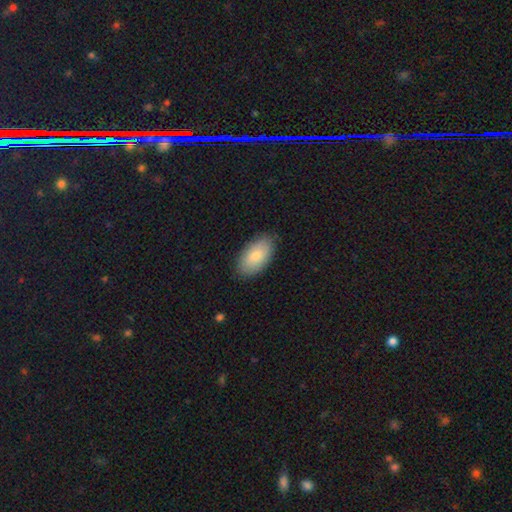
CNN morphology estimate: smooth-or-featured: smooth: 79% | featured or disk: 15% | star or artifact: 6%
  how-rounded: in between: 95% | round: 3% | cigar-shaped: 2%
  merging: none: 86% | minor disturbance: 11% | major disturbance: 2% | merger: 1%